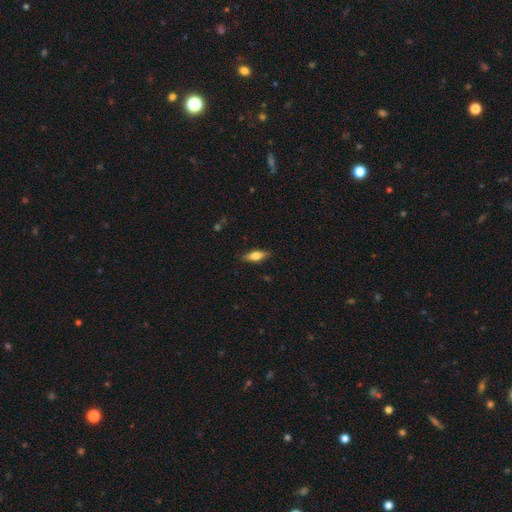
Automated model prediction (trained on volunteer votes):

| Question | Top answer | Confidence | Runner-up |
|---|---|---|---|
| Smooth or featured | smooth | 67% | featured or disk (26%) |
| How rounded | in between | 66% | cigar-shaped (31%) |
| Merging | none | 86% | minor disturbance (11%) |